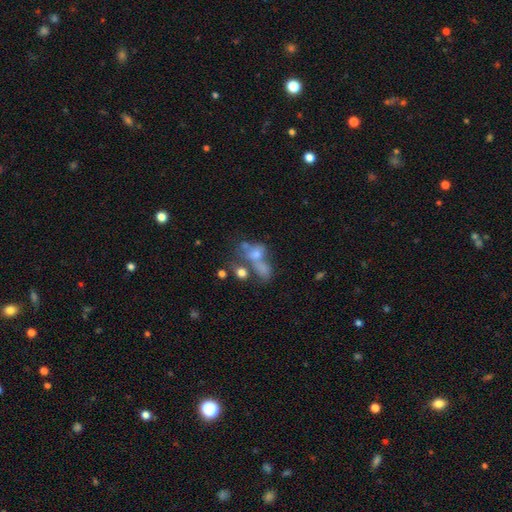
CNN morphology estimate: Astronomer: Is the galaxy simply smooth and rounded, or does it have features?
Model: smooth — 52% (runner-up: featured or disk, 31%).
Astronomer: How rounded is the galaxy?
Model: in between — 69%.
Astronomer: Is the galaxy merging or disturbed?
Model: merger — 49%.